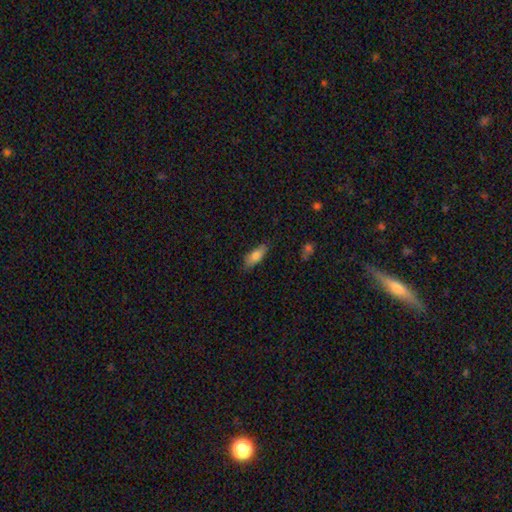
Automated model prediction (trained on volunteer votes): Smooth or featured: smooth — 78% (featured or disk — 15%)
How rounded: in between — 70% (cigar-shaped — 28%)
Merging: none — 81% (minor disturbance — 15%)